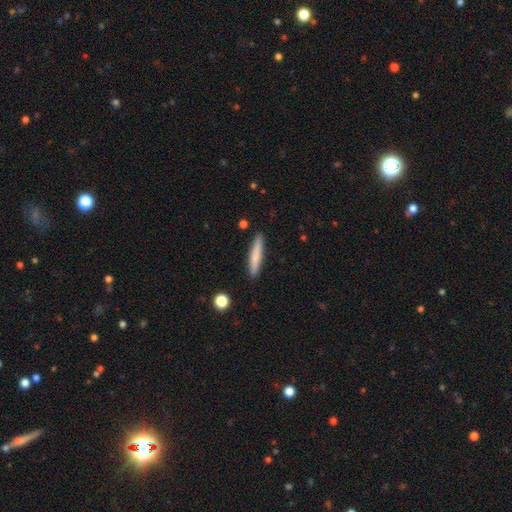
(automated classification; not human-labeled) Morphology: type=smooth (74%); roundness=cigar-shaped (93%); merging=none (90%).